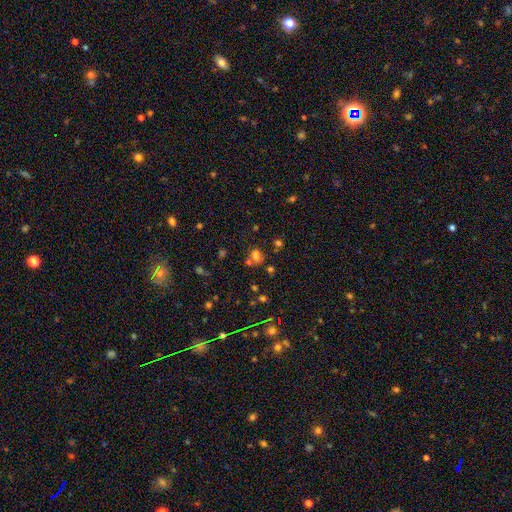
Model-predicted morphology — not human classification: type=smooth (57%); roundness=in between (54%); merging=none (54%).